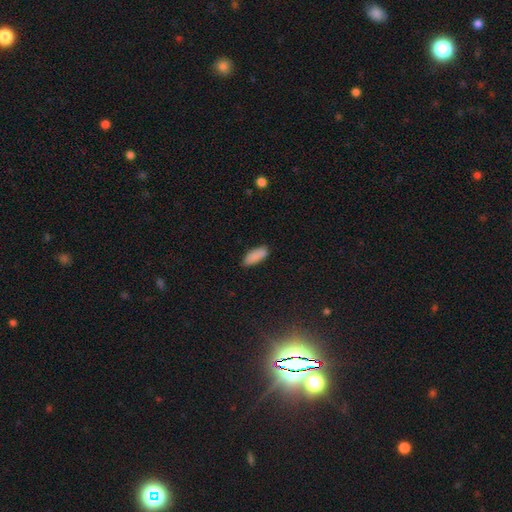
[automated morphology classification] smooth 89%, star or artifact 7%, featured or disk 4%. Down the decision tree: how rounded — in between (73%); merging — none (84%).